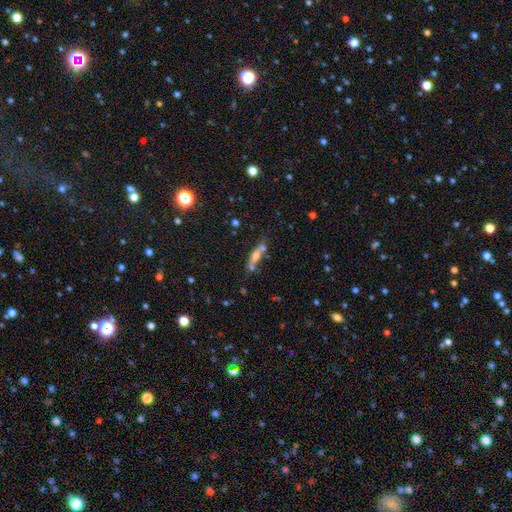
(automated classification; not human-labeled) A smooth galaxy with no disk features (47%). Merging: none (48%).